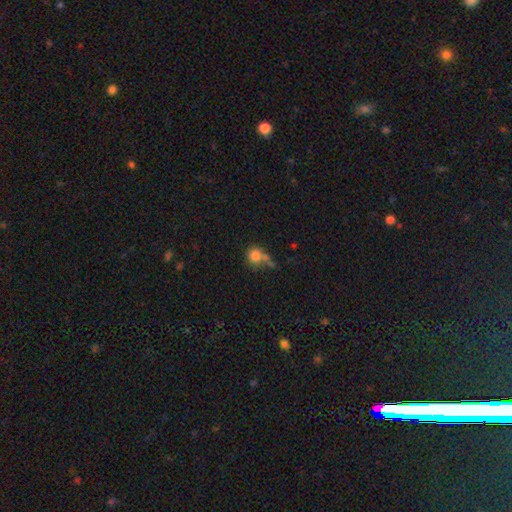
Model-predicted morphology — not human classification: Smooth or featured?
  - smooth: 80% *
  - star or artifact: 11%
  - featured or disk: 9%
How rounded?
  - round: 86% *
  - in between: 12%
  - cigar-shaped: 1%
Merging?
  - none: 45% *
  - merger: 27%
  - minor disturbance: 17%
  - major disturbance: 12%